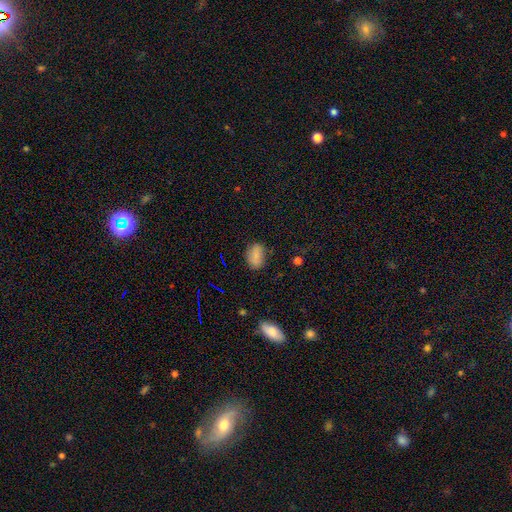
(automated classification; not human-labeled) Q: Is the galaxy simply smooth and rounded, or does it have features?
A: smooth — 83%.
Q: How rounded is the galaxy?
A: in between — 87%.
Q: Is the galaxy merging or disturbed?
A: none — 79%.